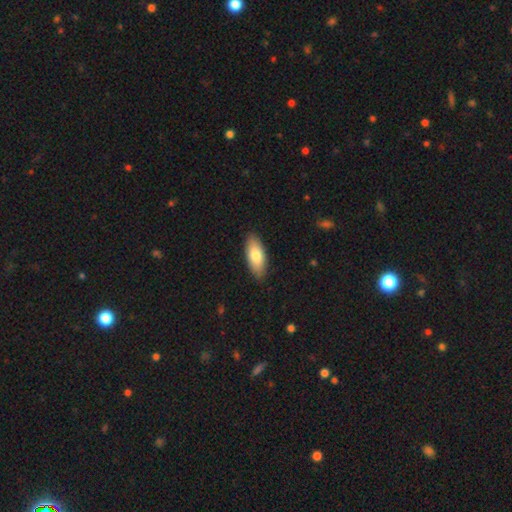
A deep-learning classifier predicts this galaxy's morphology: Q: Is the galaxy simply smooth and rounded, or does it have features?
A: smooth — 79%.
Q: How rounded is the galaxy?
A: in between — 84%.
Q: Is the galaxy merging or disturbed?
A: none — 87%.